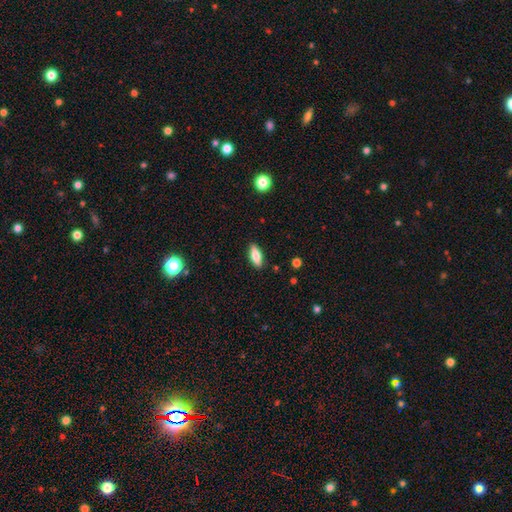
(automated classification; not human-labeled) Overall: smooth (75%). How rounded: in between (71%). Merging: none (88%).